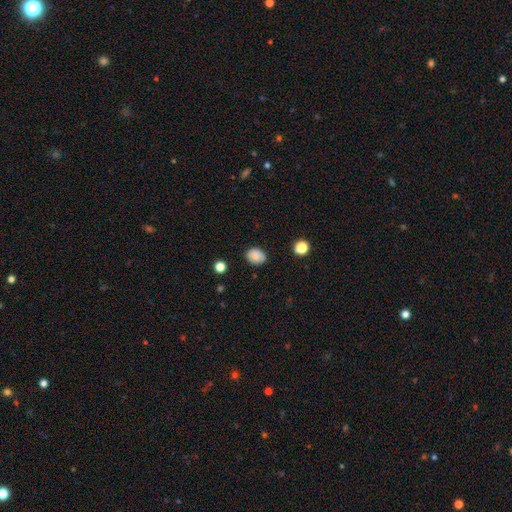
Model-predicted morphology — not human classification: smooth-or-featured: smooth: 83% | star or artifact: 10% | featured or disk: 7%
  how-rounded: in between: 52% | round: 47% | cigar-shaped: 1%
  merging: none: 81% | minor disturbance: 15% | major disturbance: 3% | merger: 1%